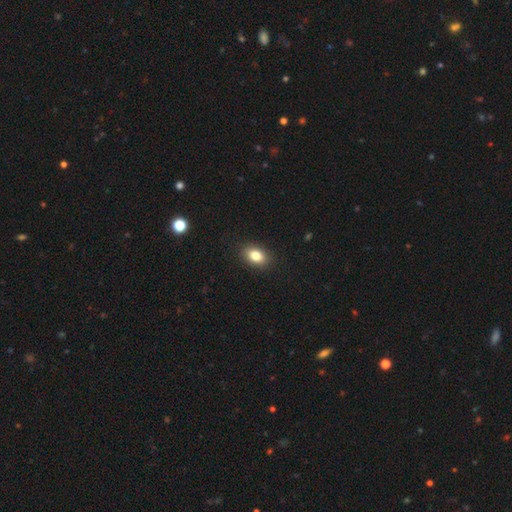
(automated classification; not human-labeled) The model was most divided on "how rounded": in between: 82%, round: 17%, cigar-shaped: 2%. More confident: merging — none (89%); smooth or featured — smooth (83%).